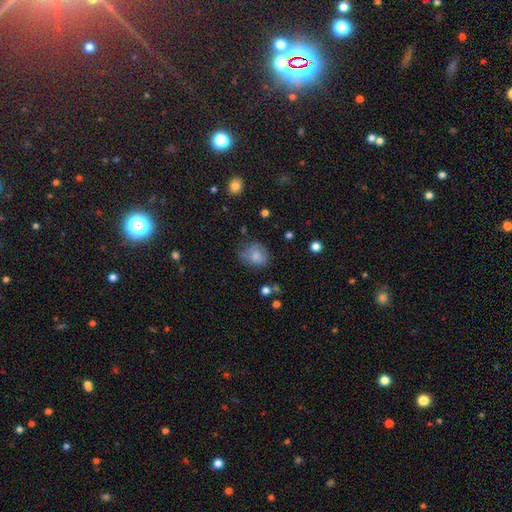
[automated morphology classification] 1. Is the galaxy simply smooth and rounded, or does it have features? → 75% smooth, 15% featured or disk, 10% star or artifact.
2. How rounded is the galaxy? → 60% round, 39% in between, 1% cigar-shaped.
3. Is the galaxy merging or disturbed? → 55% none, 29% minor disturbance, 12% major disturbance, 4% merger.